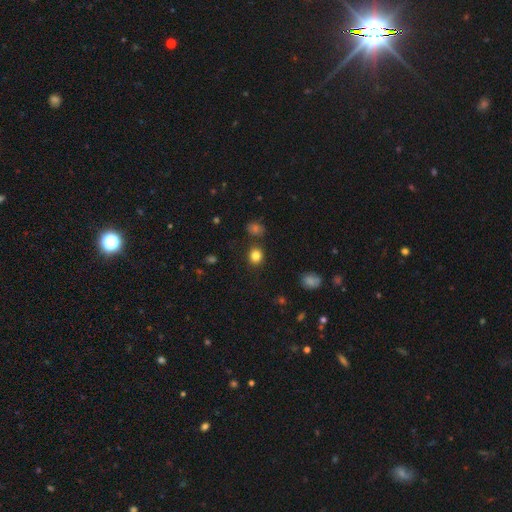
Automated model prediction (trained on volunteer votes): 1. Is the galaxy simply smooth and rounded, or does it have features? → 83% smooth, 12% star or artifact, 5% featured or disk.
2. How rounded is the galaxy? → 77% round, 22% in between, 1% cigar-shaped.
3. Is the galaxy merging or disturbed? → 85% none, 8% minor disturbance, 5% merger, 3% major disturbance.